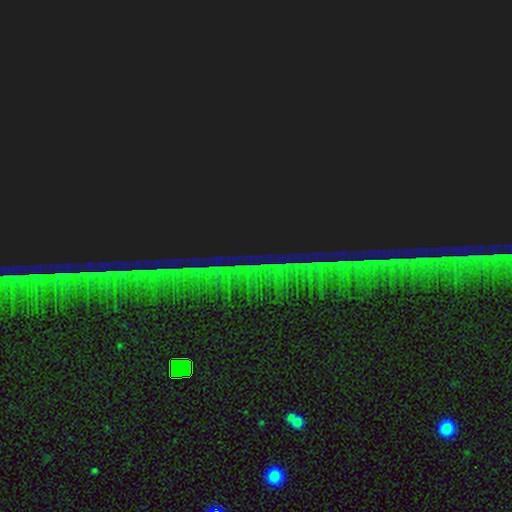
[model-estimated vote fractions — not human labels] Smooth or featured? star or artifact (87%)